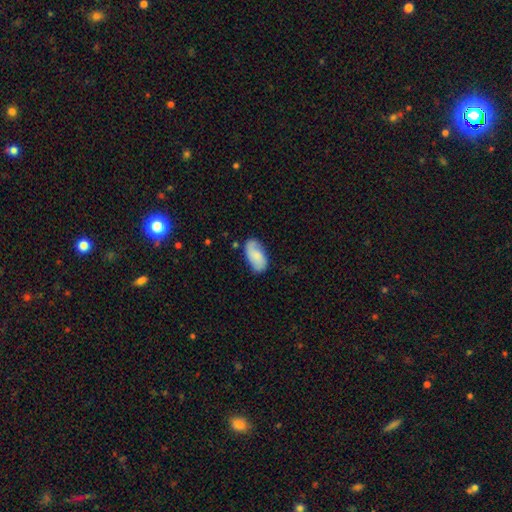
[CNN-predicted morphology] Smooth or featured? smooth (71%)
How rounded? in between (94%)
Merging? none (69%)